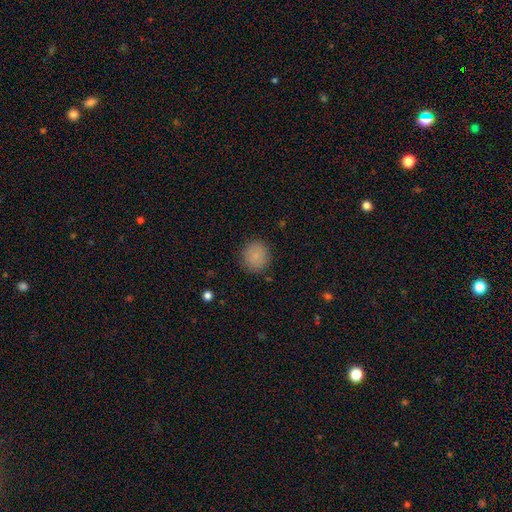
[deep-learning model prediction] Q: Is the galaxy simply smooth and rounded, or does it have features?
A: smooth — 84%.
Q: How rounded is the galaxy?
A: round — 88%.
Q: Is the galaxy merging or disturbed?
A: none — 87%.